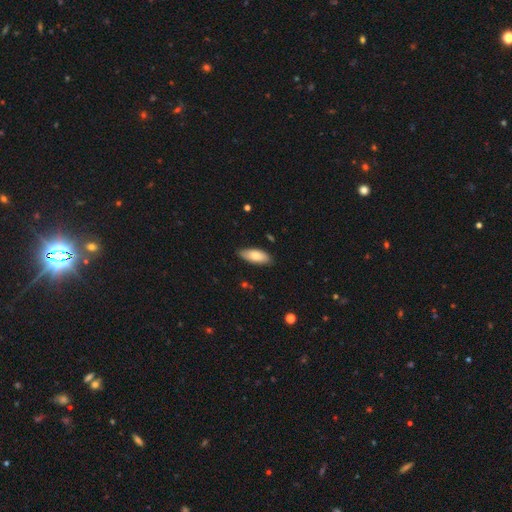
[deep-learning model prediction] This is likely a smooth galaxy (78%). How rounded: clearly in between (82%). Merging: clearly none (83%).